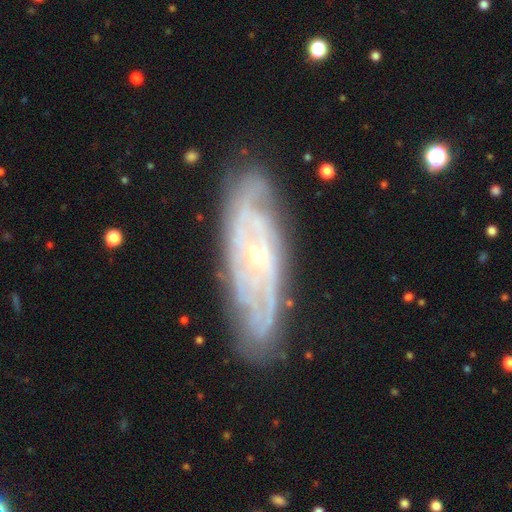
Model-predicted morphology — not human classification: Smooth or featured? featured or disk (84%)
Edge-on disk? no (84%)
Bar? no (62%)
Spiral arms? yes (94%)
Spiral winding? tight (68%)
Spiral arm count? can't tell (38%)
Bulge size? small (79%)
Merging? none (81%)